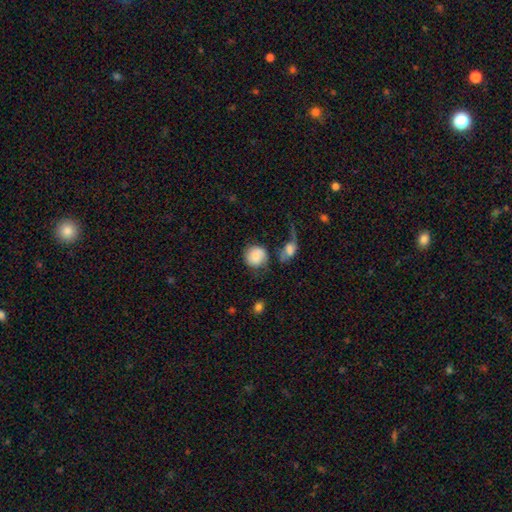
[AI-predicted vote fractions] Smooth or featured? smooth (78%)
How rounded? round (87%)
Merging? none (53%)